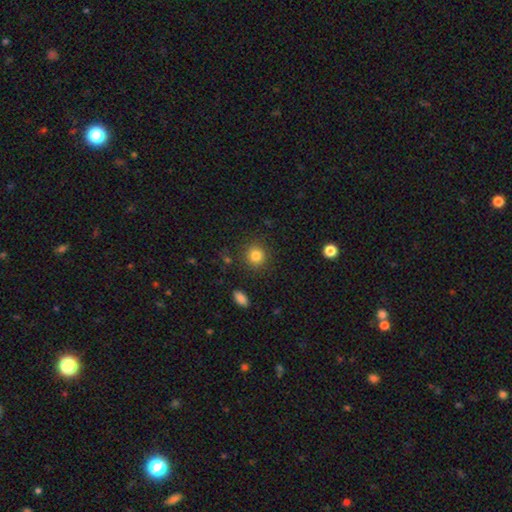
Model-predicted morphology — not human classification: smooth 84%, star or artifact 11%, featured or disk 6%. Down the decision tree: how rounded — round (89%); merging — none (88%).